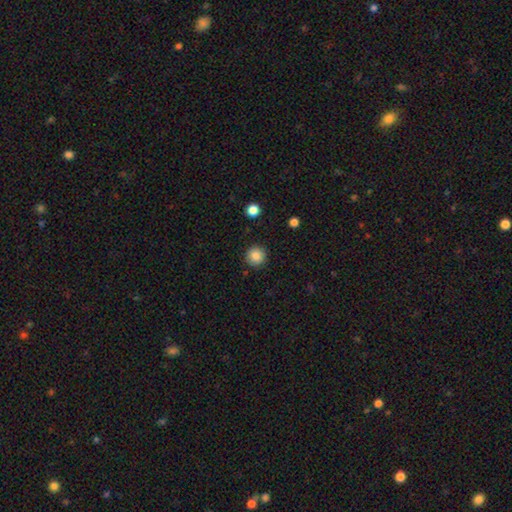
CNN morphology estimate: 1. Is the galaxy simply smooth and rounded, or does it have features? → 86% smooth, 10% star or artifact, 4% featured or disk.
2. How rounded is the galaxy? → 95% round, 4% in between, 1% cigar-shaped.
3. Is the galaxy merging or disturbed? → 92% none, 5% minor disturbance, 2% major disturbance, 1% merger.